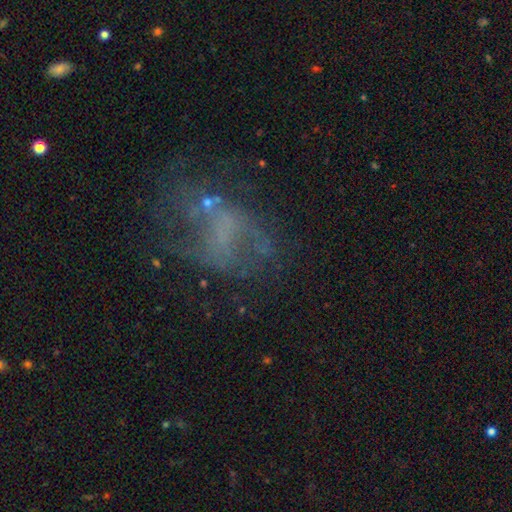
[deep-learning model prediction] Smooth or featured? Predicted: featured or disk (p=0.55). Edge-on disk? Predicted: no (p=0.97). Bar? Predicted: no (p=0.75). Spiral arms? Predicted: no (p=0.68). Bulge size? Predicted: none (p=0.71). Merging? Predicted: none (p=0.43).